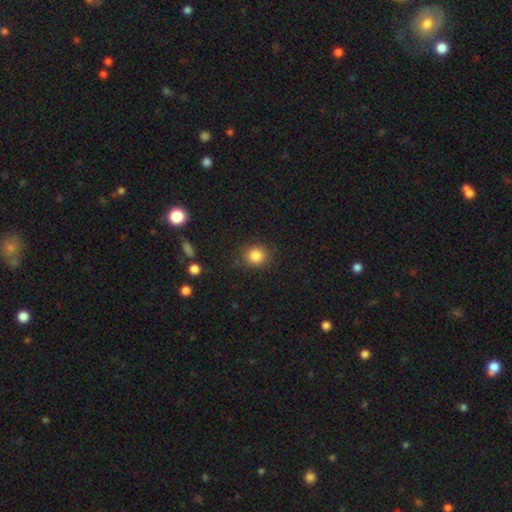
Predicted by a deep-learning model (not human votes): A smooth galaxy with no disk features (85%) that is round (85%). Merging: none (84%).